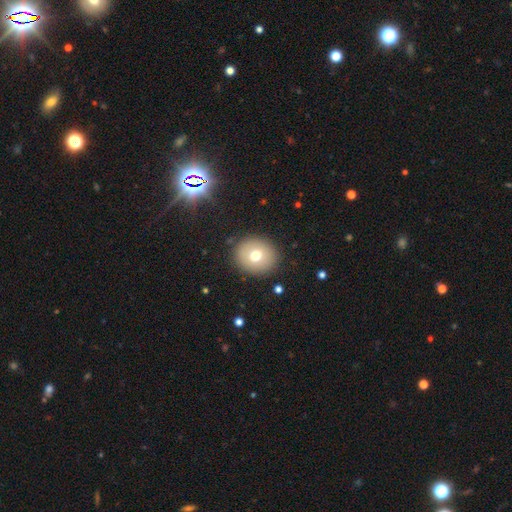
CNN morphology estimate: A smooth galaxy with no disk features (71%) that is round (83%).

Vote fractions:
- Smooth or featured? smooth: 71% / featured or disk: 17% / star or artifact: 12%
- How rounded? round: 83% / in between: 16% / cigar-shaped: 1%
- Merging? none: 89% / minor disturbance: 7% / major disturbance: 3% / merger: 1%